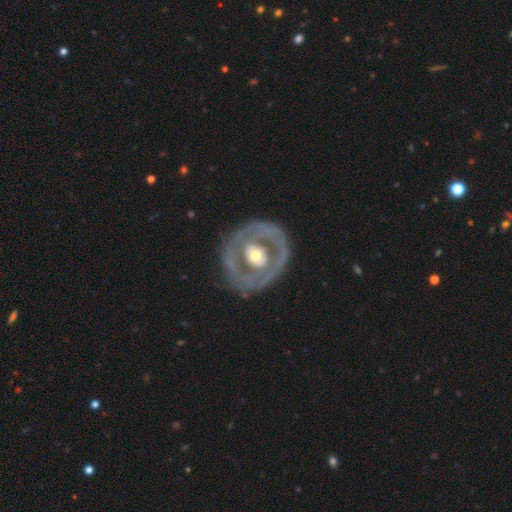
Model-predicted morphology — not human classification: smooth_or_featured: featured or disk (p=0.69) [alt: smooth p=0.24]
disk_edge_on: no (p=0.91) [alt: yes p=0.09]
bar: no (p=0.54) [alt: weak p=0.25]
has_spiral_arms: no (p=0.80) [alt: yes p=0.20]
bulge_size: moderate (p=0.67) [alt: large p=0.16]
merging: none (p=0.80) [alt: minor disturbance p=0.13]